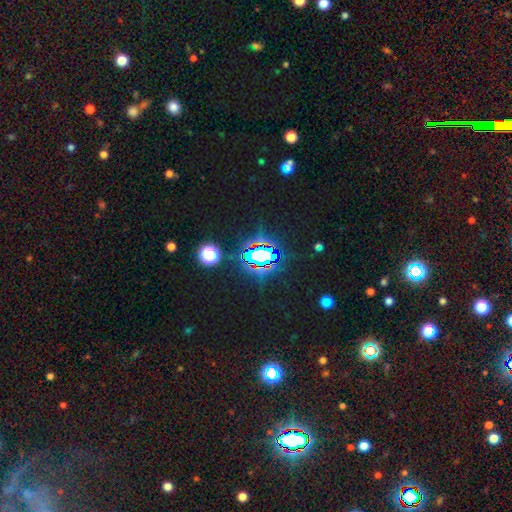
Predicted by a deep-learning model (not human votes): Smooth or featured? star or artifact (77%)